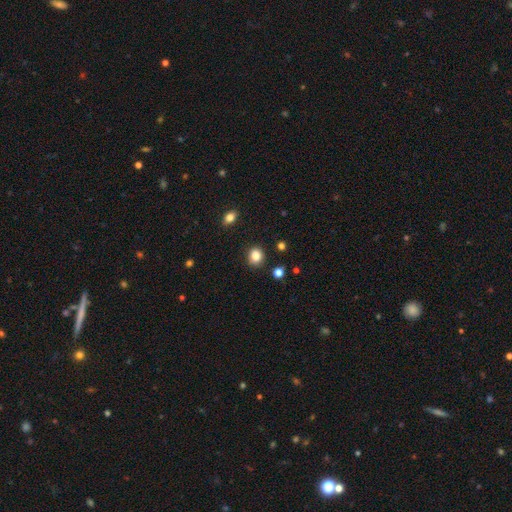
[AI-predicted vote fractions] Smooth or featured: smooth — 85% (star or artifact — 11%)
How rounded: round — 71% (in between — 28%)
Merging: none — 86% (minor disturbance — 10%)